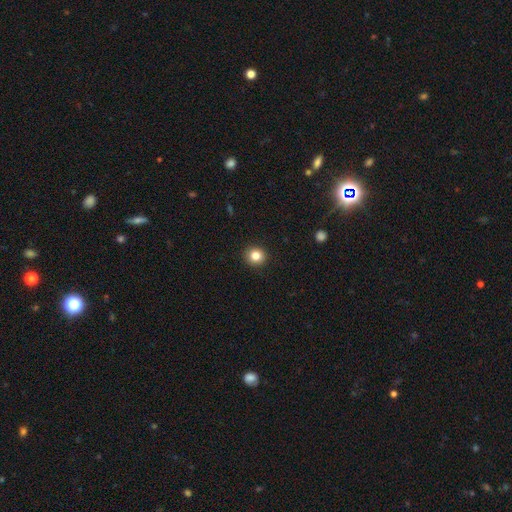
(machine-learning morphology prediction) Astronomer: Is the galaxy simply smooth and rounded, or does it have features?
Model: smooth — 83%.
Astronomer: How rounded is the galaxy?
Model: round — 92%.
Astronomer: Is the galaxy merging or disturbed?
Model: none — 93%.